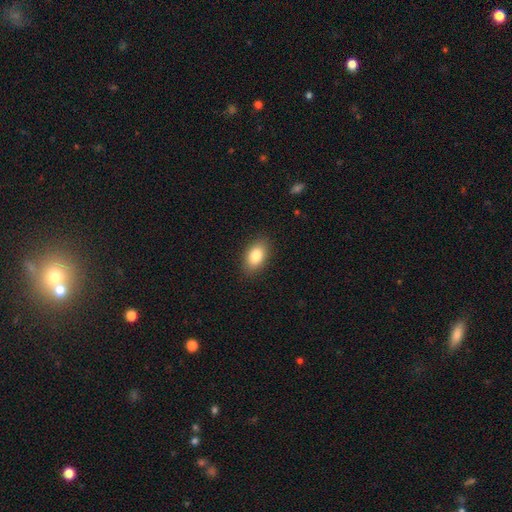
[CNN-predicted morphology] smooth_or_featured: smooth (p=0.84) [alt: featured or disk p=0.08]
how_rounded: in between (p=0.91) [alt: round p=0.07]
merging: none (p=0.88) [alt: minor disturbance p=0.09]